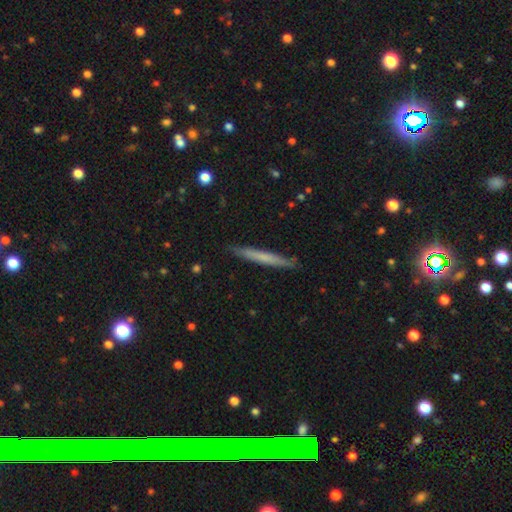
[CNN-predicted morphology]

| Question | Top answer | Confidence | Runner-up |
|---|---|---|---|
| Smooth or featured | smooth | 49% | featured or disk (43%) |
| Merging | none | 90% | minor disturbance (7%) |